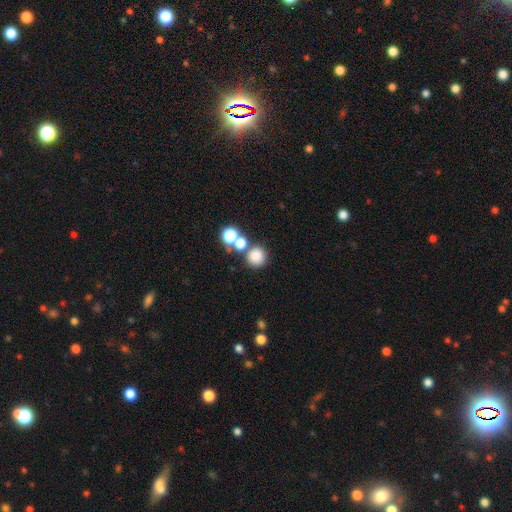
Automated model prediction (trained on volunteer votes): Smooth or featured: smooth — 78% (star or artifact — 15%)
How rounded: round — 91% (in between — 8%)
Merging: none — 63% (merger — 24%)